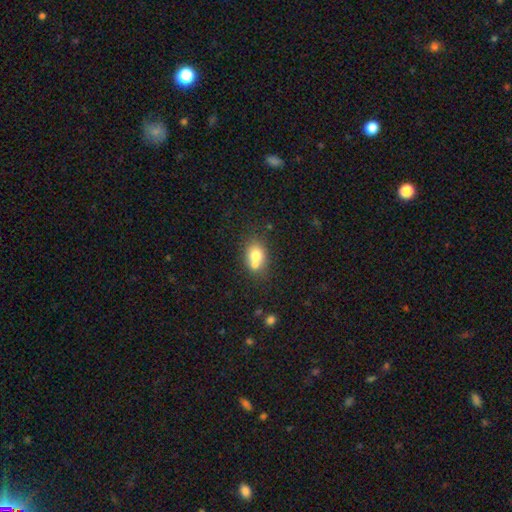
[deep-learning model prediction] smooth_or_featured: smooth (p=0.71) [alt: featured or disk p=0.19]
how_rounded: in between (p=0.53) [alt: round p=0.46]
merging: merger (p=0.45) [alt: none p=0.42]